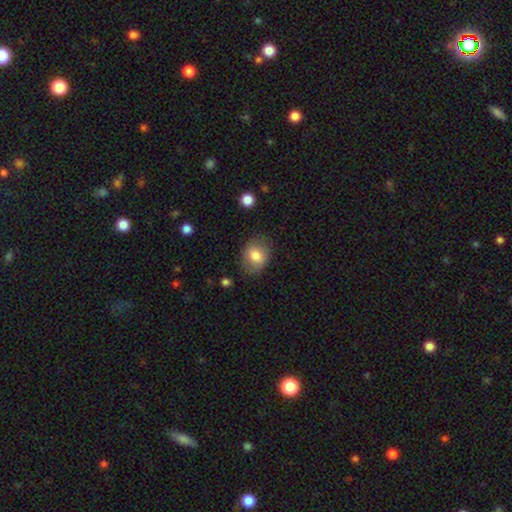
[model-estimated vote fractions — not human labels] Smooth or featured? Predicted: smooth (p=0.77). How rounded? Predicted: in between (p=0.62). Merging? Predicted: none (p=0.77).